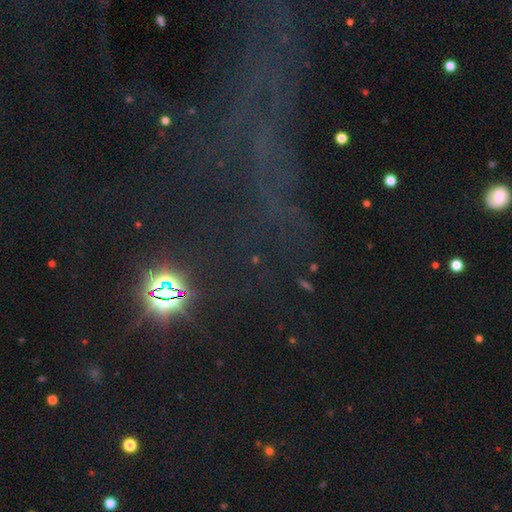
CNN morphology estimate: Q: Smooth or featured?
A: star or artifact (77%); runner-up: smooth (13%)